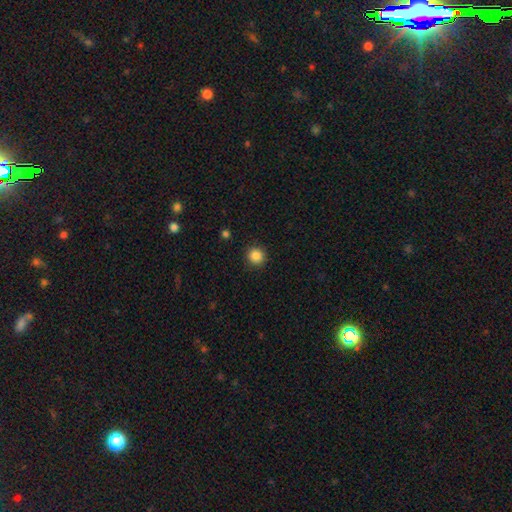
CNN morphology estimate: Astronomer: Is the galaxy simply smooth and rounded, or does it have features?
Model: smooth — 86%.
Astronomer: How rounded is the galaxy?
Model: round — 94%.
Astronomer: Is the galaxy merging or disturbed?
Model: none — 92%.